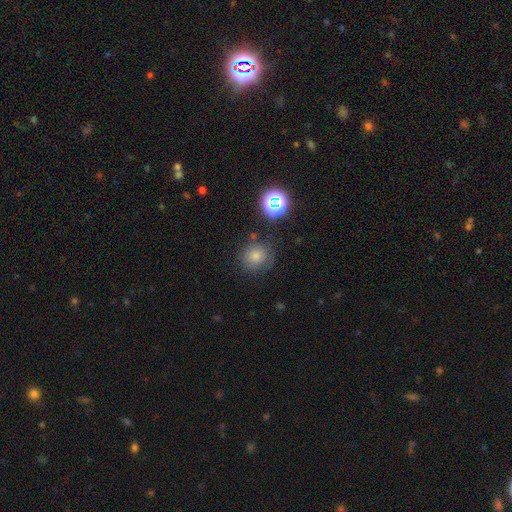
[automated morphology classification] The model was most divided on "smooth or featured": smooth: 71%, star or artifact: 18%, featured or disk: 12%. More confident: how rounded — round (90%); merging — none (72%).